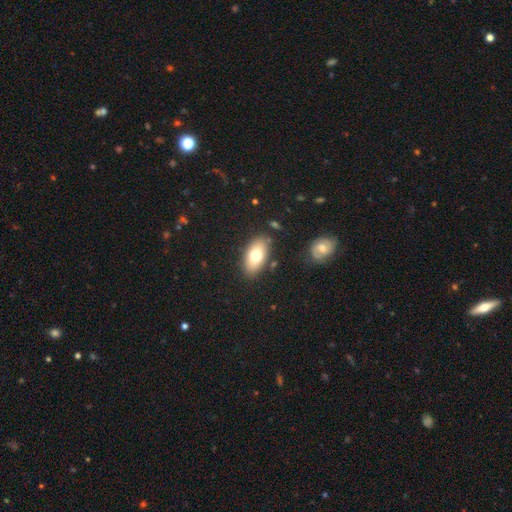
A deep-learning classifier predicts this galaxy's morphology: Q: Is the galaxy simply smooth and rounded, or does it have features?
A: smooth — 74%.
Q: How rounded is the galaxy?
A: in between — 91%.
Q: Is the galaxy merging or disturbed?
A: none — 84%.